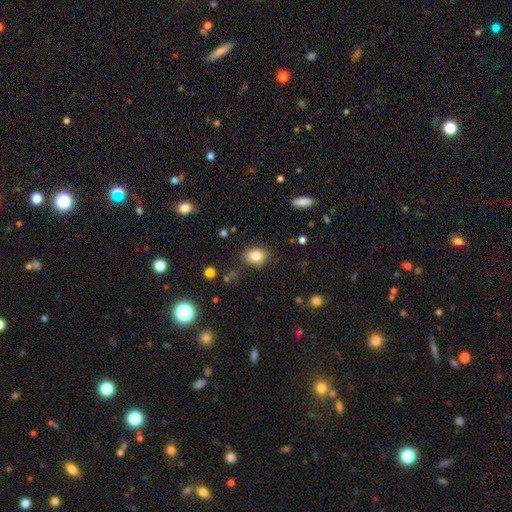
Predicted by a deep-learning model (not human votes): This appears to be a smooth galaxy with no disk features (81%) that is in between round and cigar-shaped (63%). Merging: none (79%).